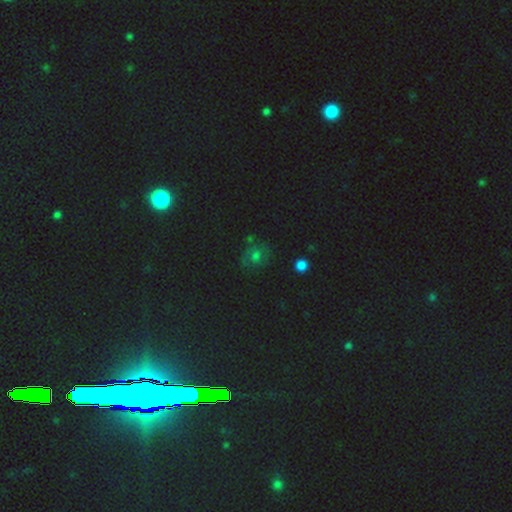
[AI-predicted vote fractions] Smooth or featured? Predicted: smooth (p=0.43). Merging? Predicted: none (p=0.72).